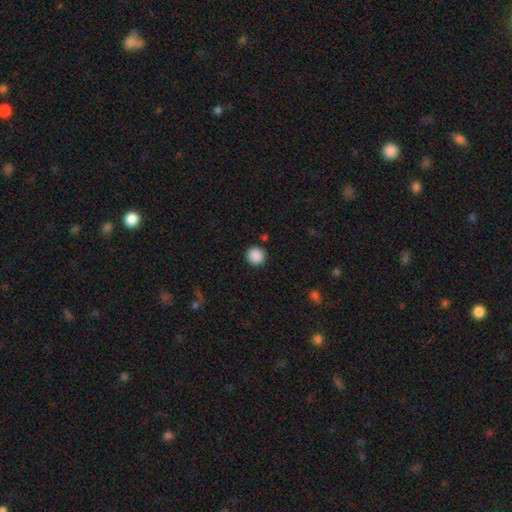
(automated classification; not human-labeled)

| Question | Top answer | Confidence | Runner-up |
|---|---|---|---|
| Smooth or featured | smooth | 89% | star or artifact (9%) |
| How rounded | round | 93% | in between (6%) |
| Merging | none | 91% | minor disturbance (5%) |